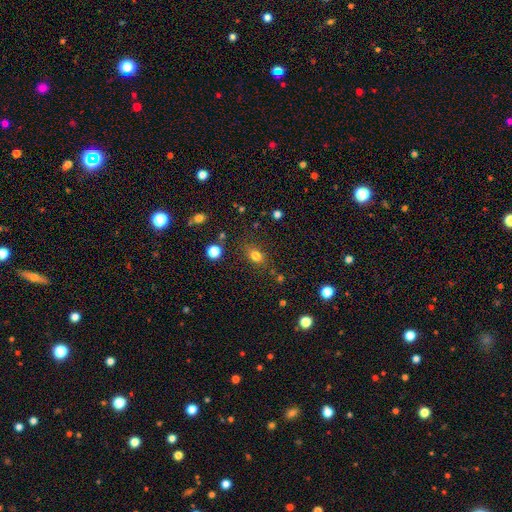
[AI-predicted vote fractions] smooth-or-featured: smooth: 79% | star or artifact: 14% | featured or disk: 7%
  how-rounded: in between: 60% | round: 38% | cigar-shaped: 2%
  merging: none: 77% | minor disturbance: 15% | major disturbance: 5% | merger: 3%